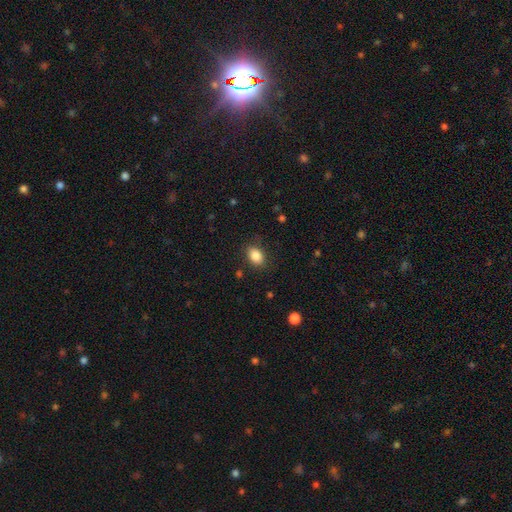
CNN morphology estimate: A smooth galaxy with no disk features (86%) that is in between round and cigar-shaped (76%).

Vote fractions:
- Smooth or featured? smooth: 86% / star or artifact: 9% / featured or disk: 5%
- How rounded? in between: 76% / round: 23% / cigar-shaped: 1%
- Merging? none: 84% / minor disturbance: 12% / major disturbance: 3% / merger: 1%